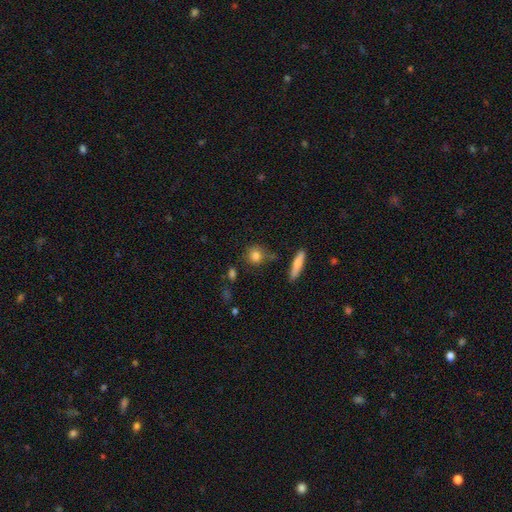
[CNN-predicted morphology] This appears to be a smooth galaxy with no disk features (81%) that is round (76%). Merging: none (76%).